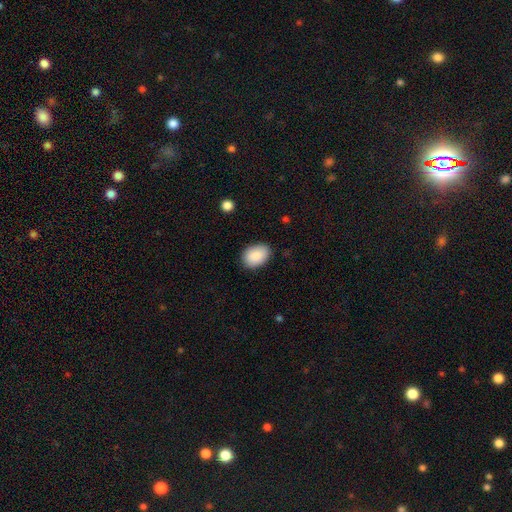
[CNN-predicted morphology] The model was most divided on "how rounded": in between: 82%, round: 17%, cigar-shaped: 1%. More confident: smooth or featured — smooth (89%); merging — none (85%).